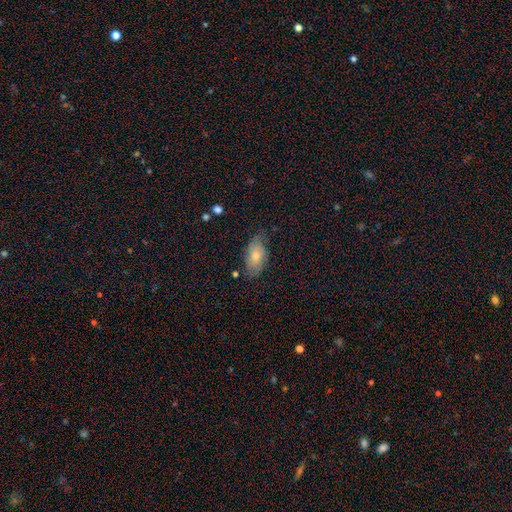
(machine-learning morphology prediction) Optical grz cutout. It shows a smooth galaxy with no disk features (70%) that is in between round and cigar-shaped (91%). Merging: none (68%).